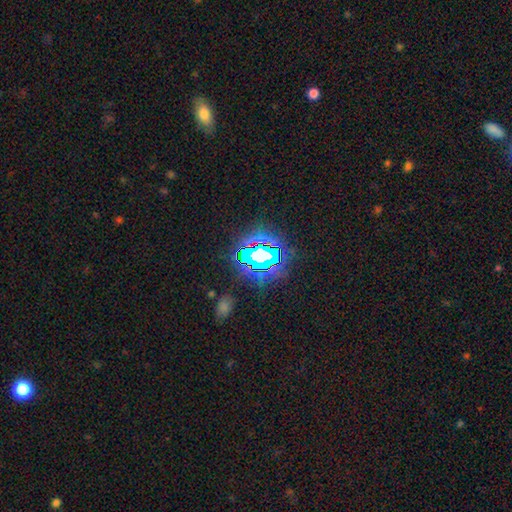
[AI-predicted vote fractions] star or artifact 68%, smooth 19%, featured or disk 14%.